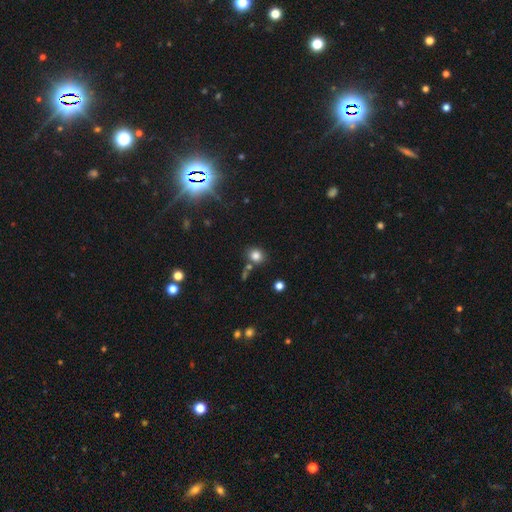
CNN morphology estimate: Q: Smooth or featured?
A: smooth (81%); runner-up: star or artifact (13%)
Q: How rounded?
A: round (74%); runner-up: in between (25%)
Q: Merging?
A: none (75%); runner-up: minor disturbance (11%)